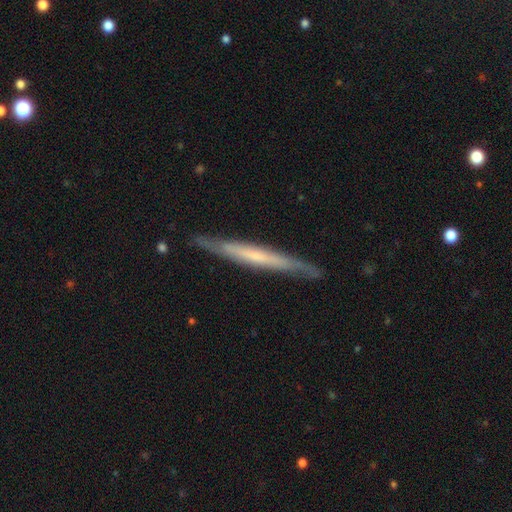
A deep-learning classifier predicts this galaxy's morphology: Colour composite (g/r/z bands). It shows a featured or disk galaxy (61%) viewed edge-on (91%) with no central bulge (69%). Merging: none (84%).